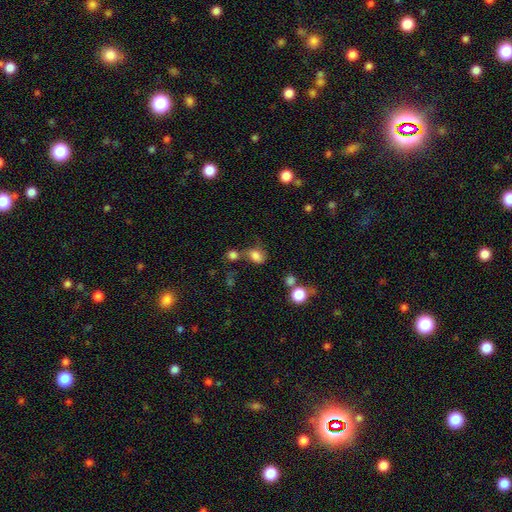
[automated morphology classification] This is likely a smooth galaxy (77%). How rounded: likely in between (65%). Merging: marginally none (42%).